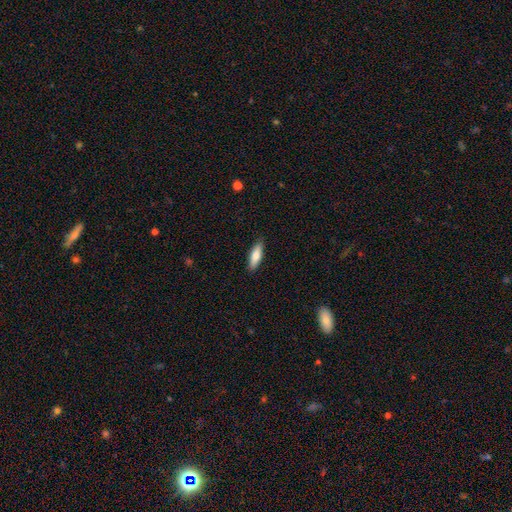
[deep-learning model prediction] Overall: smooth (77%). How rounded: in between (49%, tied with cigar-shaped). Merging: none (88%).